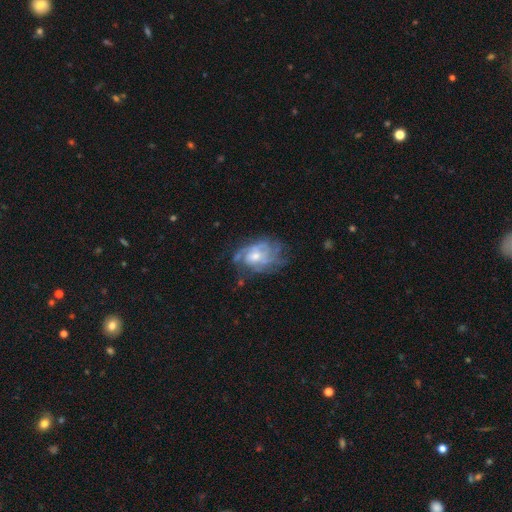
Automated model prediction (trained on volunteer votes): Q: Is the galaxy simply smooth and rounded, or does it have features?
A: featured or disk — 76%.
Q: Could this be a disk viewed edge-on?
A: no — 97%.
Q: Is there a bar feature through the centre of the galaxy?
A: no — 71%.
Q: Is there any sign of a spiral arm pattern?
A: yes — 83%.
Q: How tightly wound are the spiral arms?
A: tight — 47%.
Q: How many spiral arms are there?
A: can't tell — 48%.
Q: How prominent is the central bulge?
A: moderate — 50%.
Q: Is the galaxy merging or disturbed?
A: none — 52%.